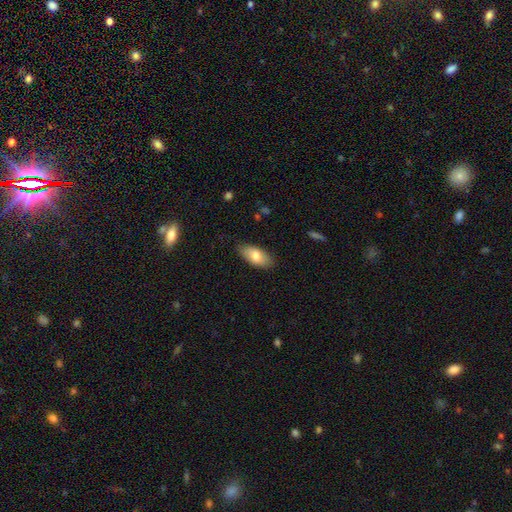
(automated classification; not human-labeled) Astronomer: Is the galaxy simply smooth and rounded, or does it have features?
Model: smooth — 76%.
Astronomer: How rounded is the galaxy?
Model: in between — 92%.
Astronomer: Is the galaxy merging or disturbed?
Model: none — 84%.